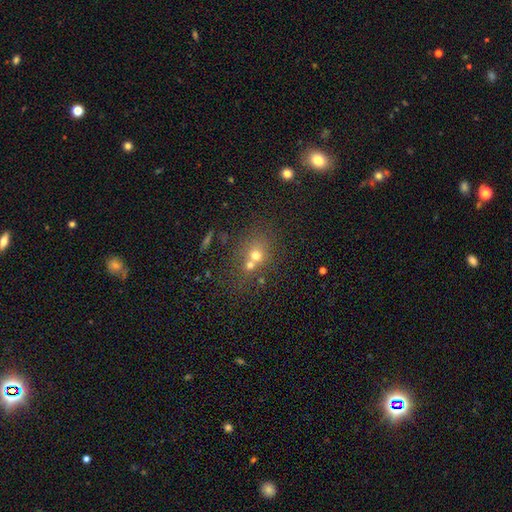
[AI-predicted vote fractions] Q: Smooth or featured?
A: smooth (64%); runner-up: featured or disk (19%)
Q: How rounded?
A: round (76%); runner-up: in between (23%)
Q: Merging?
A: merger (50%); runner-up: none (39%)